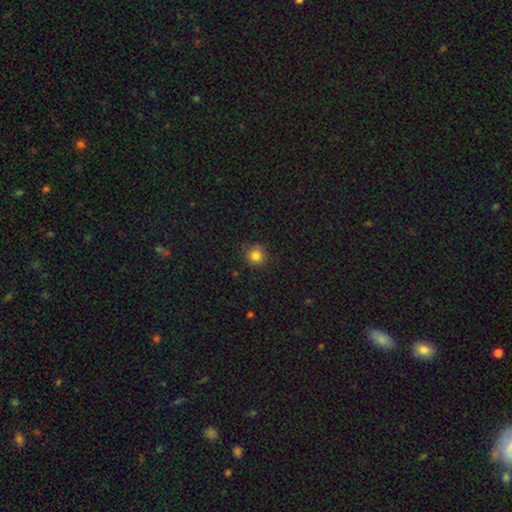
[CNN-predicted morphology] smooth-or-featured: smooth: 83% | star or artifact: 12% | featured or disk: 5%
  how-rounded: round: 91% | in between: 8% | cigar-shaped: 1%
  merging: none: 85% | minor disturbance: 11% | major disturbance: 3% | merger: 1%